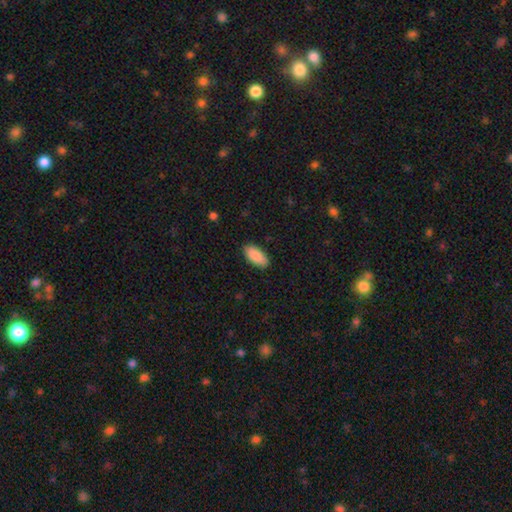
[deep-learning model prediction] Q: Smooth or featured?
A: smooth (91%); runner-up: star or artifact (6%)
Q: How rounded?
A: in between (92%); runner-up: cigar-shaped (6%)
Q: Merging?
A: none (89%); runner-up: minor disturbance (9%)